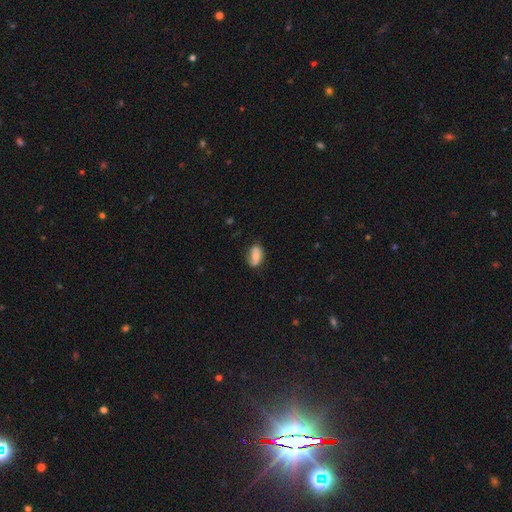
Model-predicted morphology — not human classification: smooth-or-featured: smooth: 61% | featured or disk: 31% | star or artifact: 8%
  how-rounded: in between: 86% | round: 11% | cigar-shaped: 3%
  merging: none: 70% | minor disturbance: 22% | major disturbance: 5% | merger: 2%